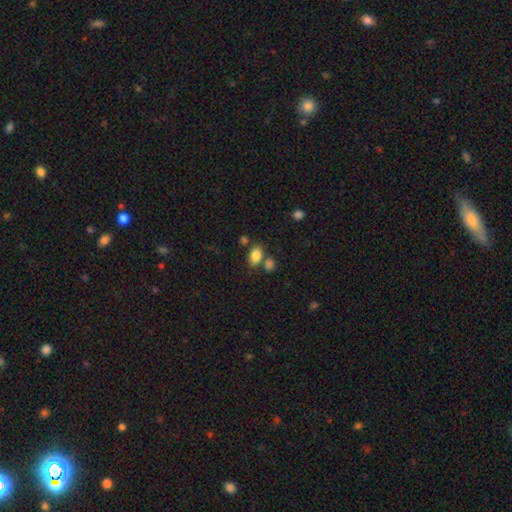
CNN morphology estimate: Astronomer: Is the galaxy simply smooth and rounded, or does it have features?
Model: smooth — 84%.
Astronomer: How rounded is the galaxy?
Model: in between — 84%.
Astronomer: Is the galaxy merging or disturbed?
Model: none — 63%.